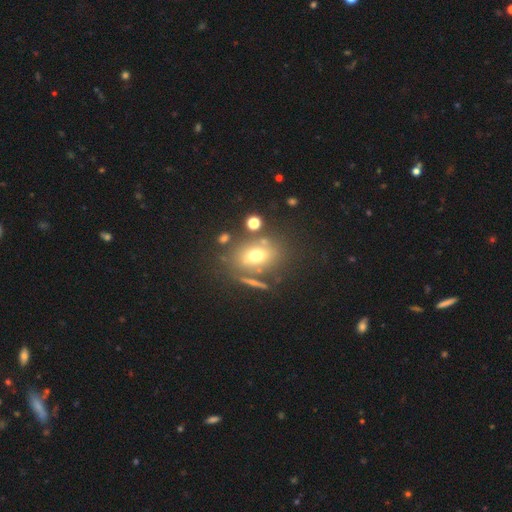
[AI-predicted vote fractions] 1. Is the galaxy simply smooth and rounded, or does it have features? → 60% smooth, 24% featured or disk, 16% star or artifact.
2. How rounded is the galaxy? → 62% in between, 35% round, 3% cigar-shaped.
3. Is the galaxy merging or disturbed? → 68% none, 14% minor disturbance, 11% merger, 7% major disturbance.